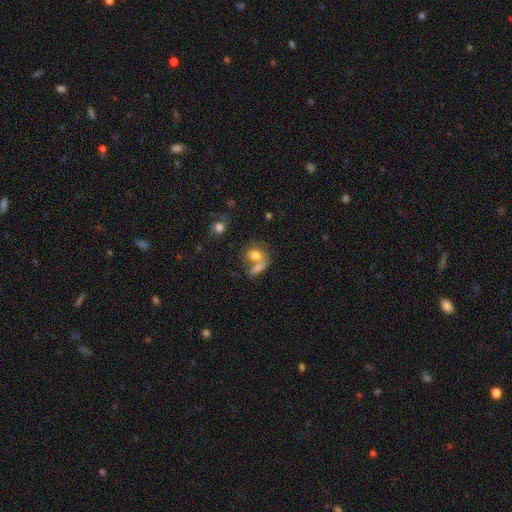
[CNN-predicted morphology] Smooth or featured?
  - smooth: 73% *
  - featured or disk: 17%
  - star or artifact: 10%
How rounded?
  - in between: 65% *
  - round: 32%
  - cigar-shaped: 3%
Merging?
  - merger: 54% *
  - none: 30%
  - minor disturbance: 10%
  - major disturbance: 6%